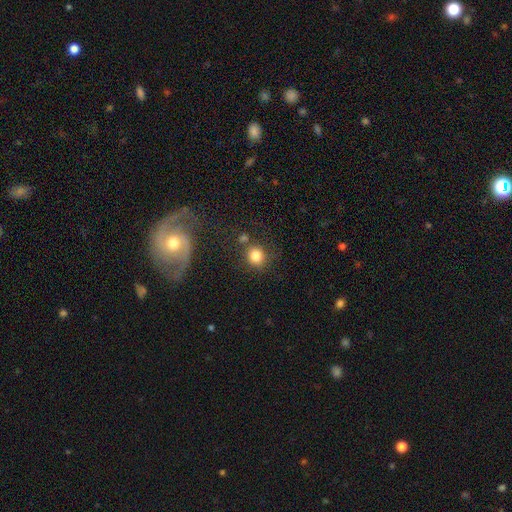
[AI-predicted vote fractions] This appears to be a smooth galaxy with no disk features (82%) that is round (85%). Merging: none (69%).